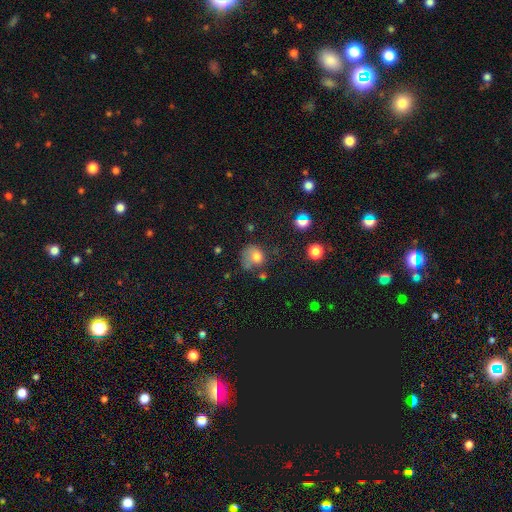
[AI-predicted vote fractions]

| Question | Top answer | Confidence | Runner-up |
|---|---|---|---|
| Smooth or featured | smooth | 73% | featured or disk (14%) |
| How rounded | round | 59% | in between (40%) |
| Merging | none | 34% | minor disturbance (28%) |